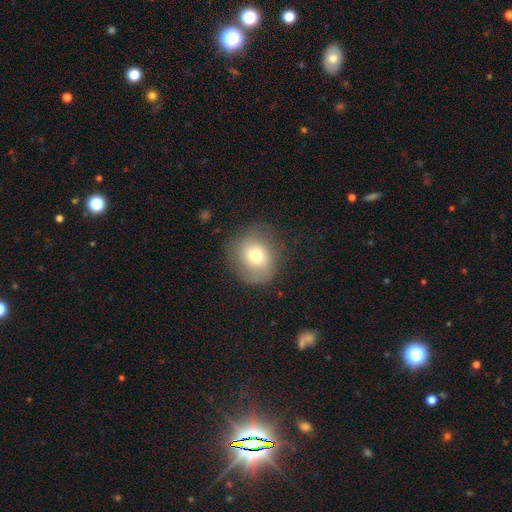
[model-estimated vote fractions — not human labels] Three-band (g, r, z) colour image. It shows a smooth galaxy with no disk features (69%) that is round (80%). Merging: none (74%).